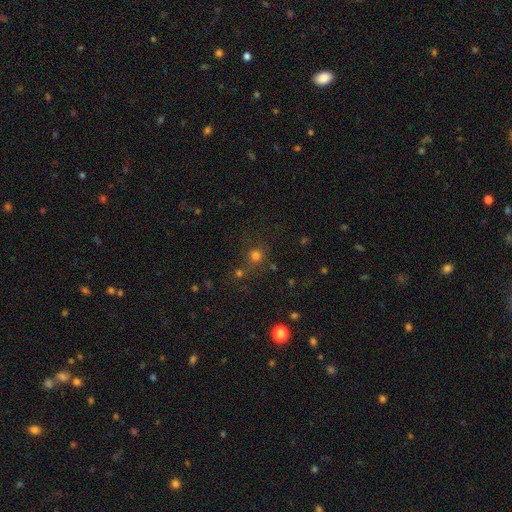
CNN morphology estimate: smooth_or_featured: smooth (p=0.69) [alt: star or artifact p=0.23]
how_rounded: round (p=0.88) [alt: in between p=0.11]
merging: none (p=0.65) [alt: merger p=0.16]